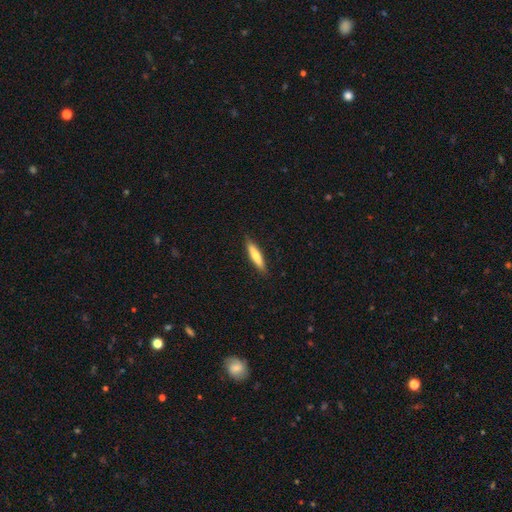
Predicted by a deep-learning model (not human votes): This appears to be a smooth galaxy with no disk features (70%) that is cigar-shaped (85%). Merging: none (88%).